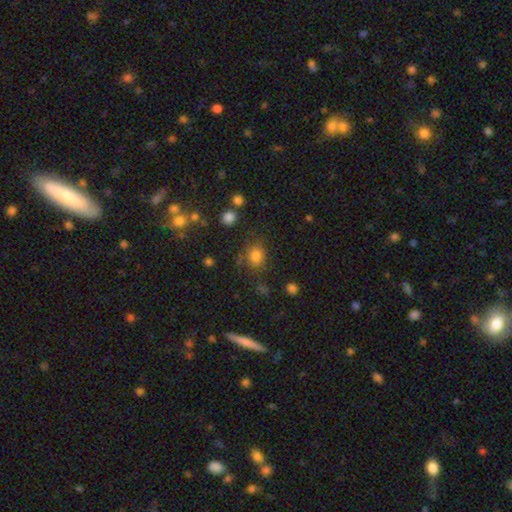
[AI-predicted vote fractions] Q: Smooth or featured?
A: smooth (78%); runner-up: star or artifact (15%)
Q: How rounded?
A: round (67%); runner-up: in between (32%)
Q: Merging?
A: none (72%); runner-up: minor disturbance (16%)